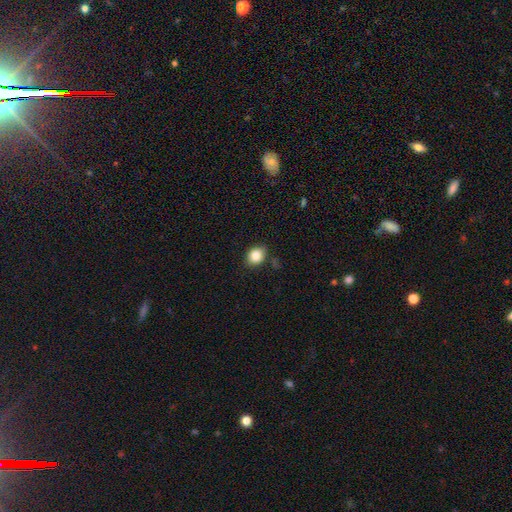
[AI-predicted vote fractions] Smooth or featured? smooth (85%)
How rounded? round (55%)
Merging? none (81%)